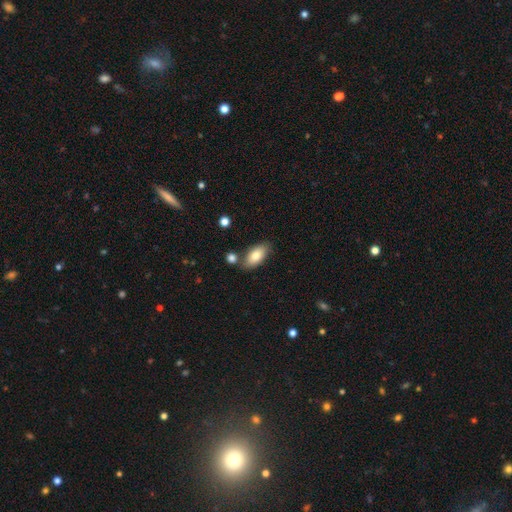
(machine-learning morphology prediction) type=smooth (80%); roundness=in between (91%); merging=none (74%).